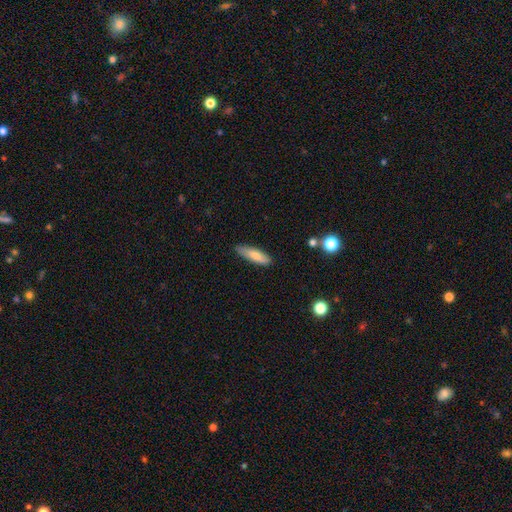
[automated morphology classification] smooth_or_featured: smooth (p=0.80) [alt: featured or disk p=0.14]
how_rounded: cigar-shaped (p=0.59) [alt: in between p=0.39]
merging: none (p=0.79) [alt: minor disturbance p=0.17]